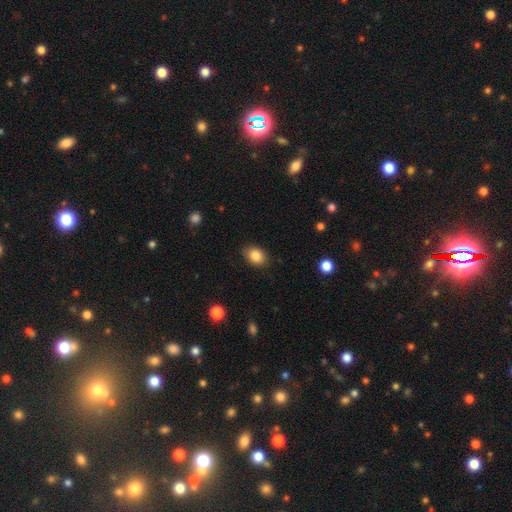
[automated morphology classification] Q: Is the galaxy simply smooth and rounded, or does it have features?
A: smooth — 86%.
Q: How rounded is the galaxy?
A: in between — 69%.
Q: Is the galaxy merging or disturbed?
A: none — 86%.